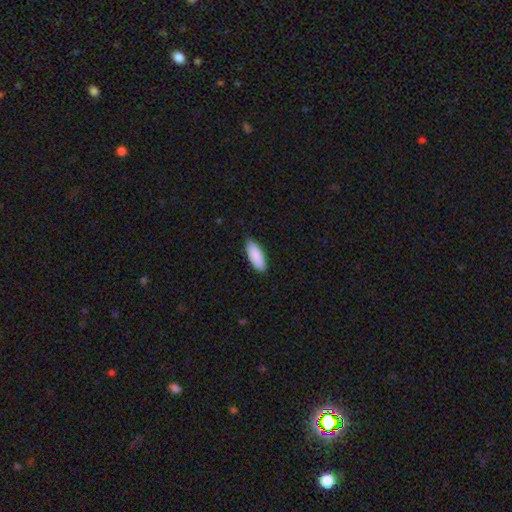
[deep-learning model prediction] This is clearly a smooth galaxy (90%). How rounded: likely in between (75%). Merging: clearly none (84%).